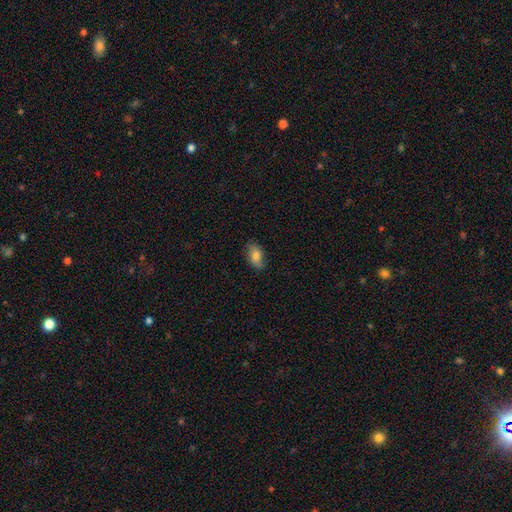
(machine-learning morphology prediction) The model was most divided on "smooth or featured": smooth: 76%, featured or disk: 16%, star or artifact: 8%. More confident: how rounded — in between (90%); merging — none (82%).